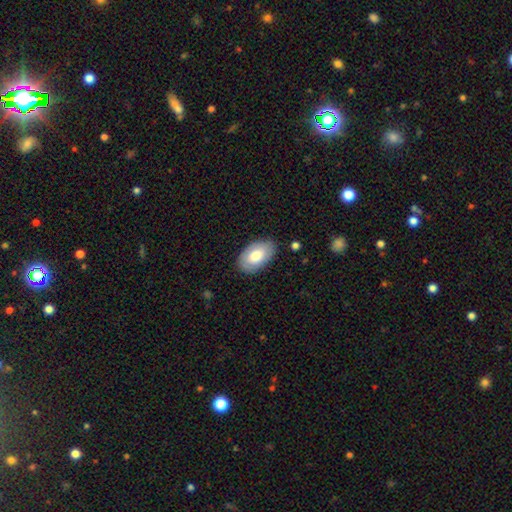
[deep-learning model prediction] The model was most divided on "smooth or featured": smooth: 75%, featured or disk: 19%, star or artifact: 6%. More confident: how rounded — in between (94%); merging — none (83%).